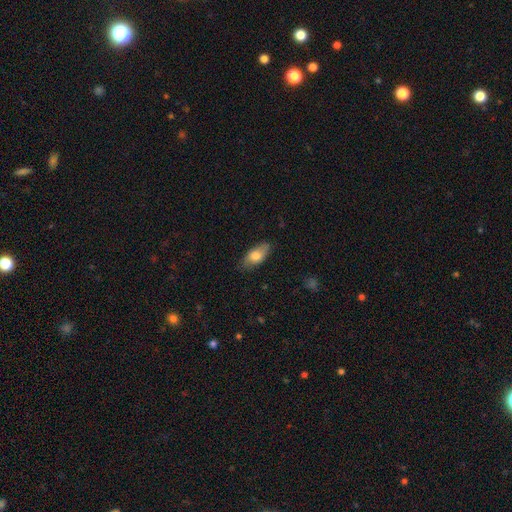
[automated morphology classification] The model was most divided on "smooth or featured": smooth: 75%, featured or disk: 19%, star or artifact: 6%. More confident: how rounded — in between (86%); merging — none (79%).